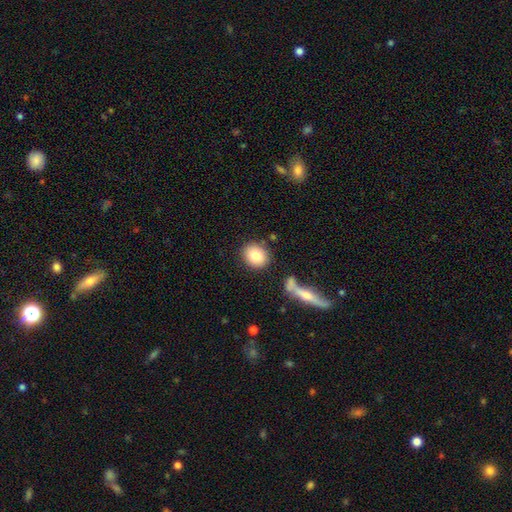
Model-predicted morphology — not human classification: smooth 80%, featured or disk 12%, star or artifact 8%. Down the decision tree: how rounded — round (72%); merging — none (81%).